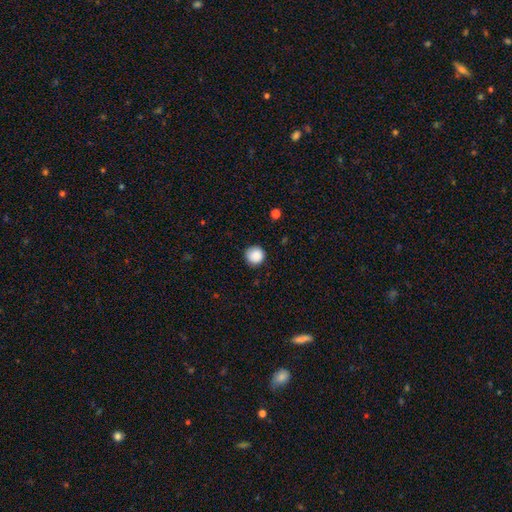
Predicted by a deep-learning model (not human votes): Morphology: type=smooth (88%); roundness=round (95%); merging=none (88%).